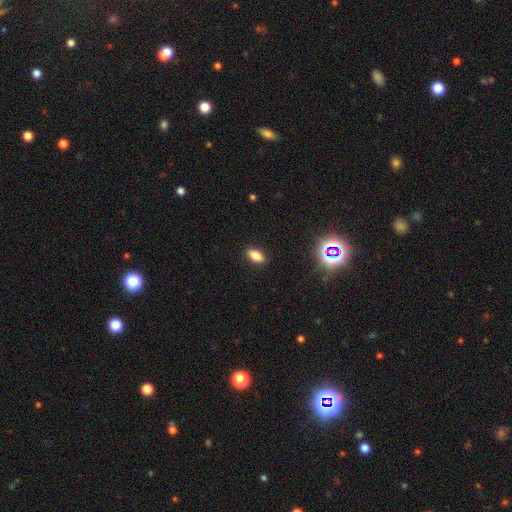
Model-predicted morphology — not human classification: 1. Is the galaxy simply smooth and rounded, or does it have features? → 77% smooth, 13% star or artifact, 10% featured or disk.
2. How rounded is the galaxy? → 86% in between, 9% cigar-shaped, 5% round.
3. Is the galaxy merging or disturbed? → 89% none, 8% minor disturbance, 2% major disturbance, 1% merger.